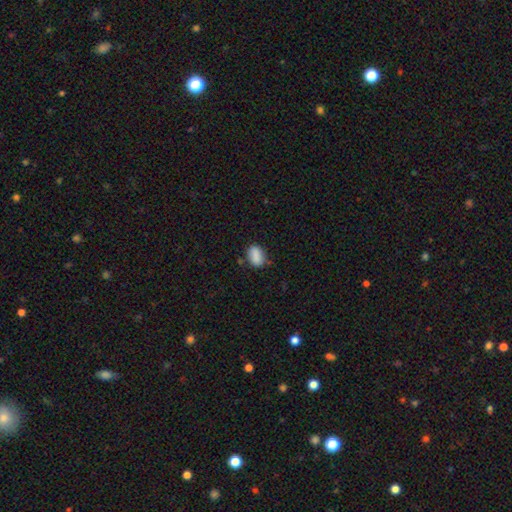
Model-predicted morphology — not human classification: type=smooth (85%); roundness=in between (81%); merging=none (70%).